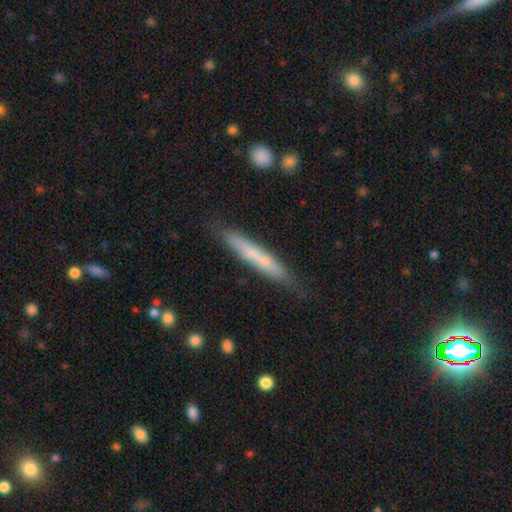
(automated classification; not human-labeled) Overall: smooth (59%; featured or disk 35%). How rounded: cigar-shaped (94%). Merging: none (80%).